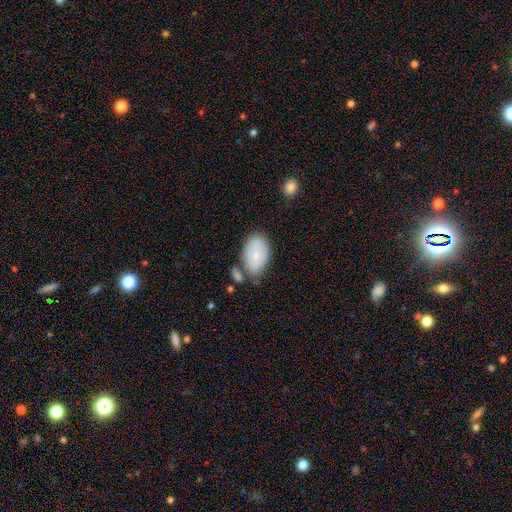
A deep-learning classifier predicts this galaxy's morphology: smooth-or-featured: smooth: 70% | featured or disk: 24% | star or artifact: 7%
  how-rounded: in between: 91% | round: 8% | cigar-shaped: 1%
  merging: none: 55% | minor disturbance: 25% | merger: 13% | major disturbance: 7%